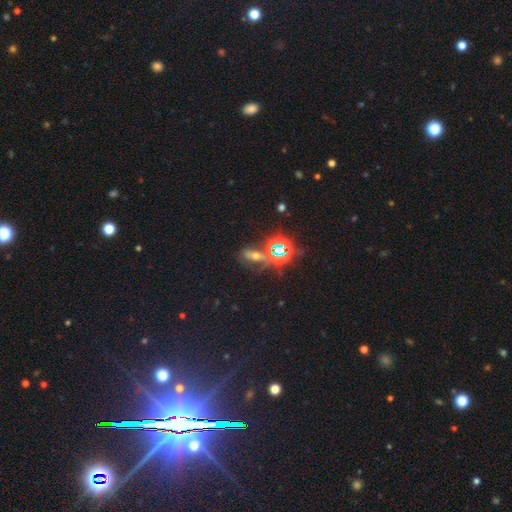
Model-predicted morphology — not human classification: Overall: star or artifact (53%; smooth 27%).